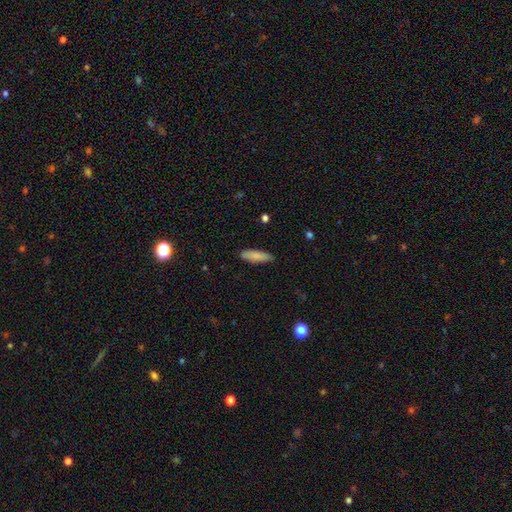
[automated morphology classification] Q: Smooth or featured?
A: smooth (84%); runner-up: featured or disk (10%)
Q: How rounded?
A: cigar-shaped (55%); runner-up: in between (43%)
Q: Merging?
A: none (85%); runner-up: minor disturbance (12%)